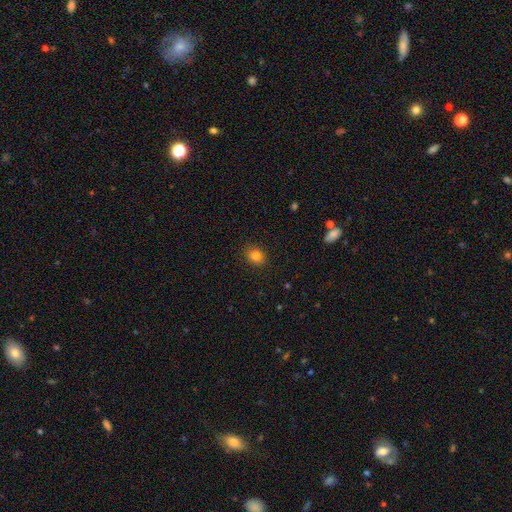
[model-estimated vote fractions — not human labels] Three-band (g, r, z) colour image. It shows a smooth galaxy with no disk features (84%) that is round (56%). Merging: none (87%).